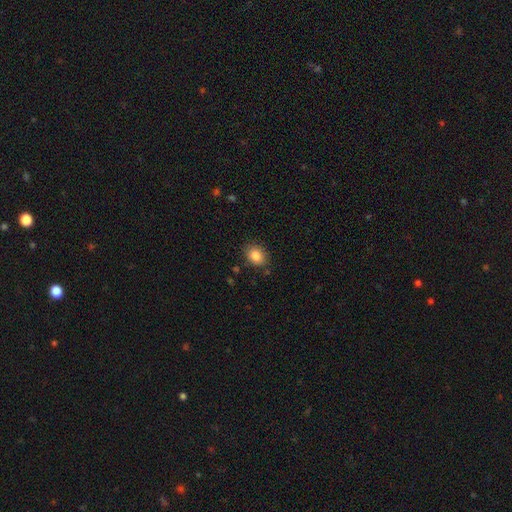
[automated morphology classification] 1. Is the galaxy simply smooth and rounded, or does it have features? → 85% smooth, 9% star or artifact, 6% featured or disk.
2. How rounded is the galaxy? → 63% in between, 36% round, 1% cigar-shaped.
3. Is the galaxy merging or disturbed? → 83% none, 12% minor disturbance, 3% major disturbance, 2% merger.